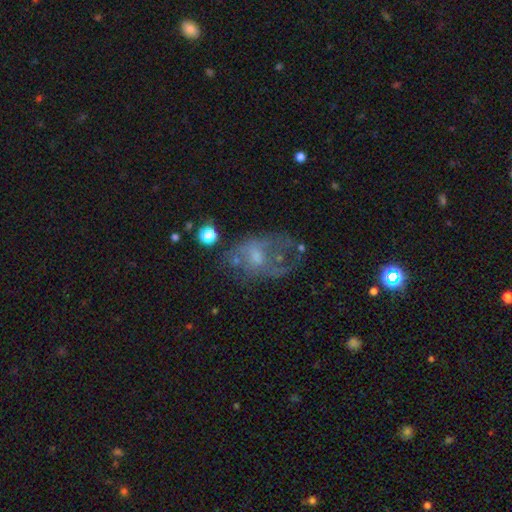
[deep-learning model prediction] Smooth or featured? Predicted: featured or disk (p=0.56). Edge-on disk? Predicted: no (p=0.96). Bar? Predicted: no (p=0.70). Spiral arms? Predicted: no (p=0.65). Bulge size? Predicted: small (p=0.37). Merging? Predicted: major disturbance (p=0.37).